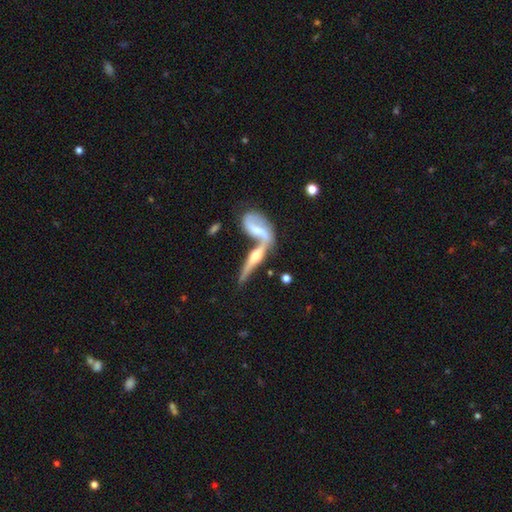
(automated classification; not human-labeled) Smooth or featured: featured or disk — 73% (smooth — 20%)
Edge-on disk: yes — 71% (no — 29%)
Edge-on bulge: rounded — 88% (boxy — 6%)
Merging: merger — 60% (none — 26%)